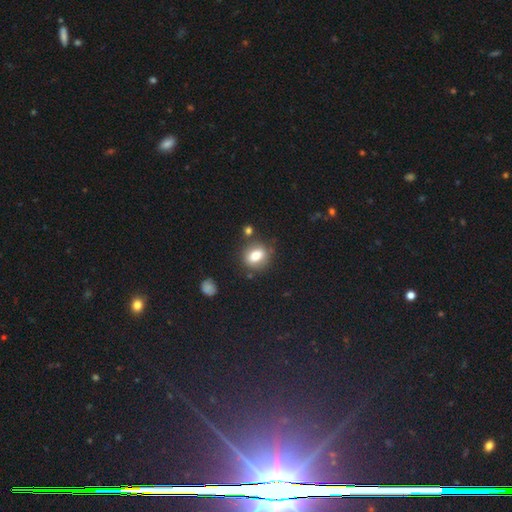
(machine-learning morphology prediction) A smooth galaxy with no disk features (78%) that is in between round and cigar-shaped (53%).

Vote fractions:
- Smooth or featured? smooth: 78% / featured or disk: 12% / star or artifact: 10%
- How rounded? in between: 53% / round: 44% / cigar-shaped: 2%
- Merging? none: 76% / minor disturbance: 13% / merger: 7% / major disturbance: 4%